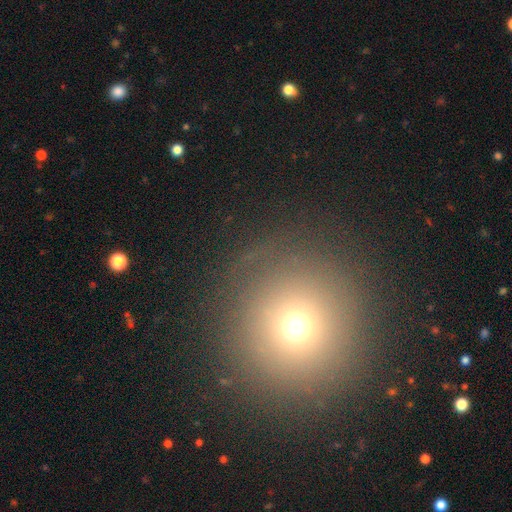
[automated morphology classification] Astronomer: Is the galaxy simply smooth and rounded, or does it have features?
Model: smooth — 64%.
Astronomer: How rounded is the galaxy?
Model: round — 95%.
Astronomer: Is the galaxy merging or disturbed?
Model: none — 89%.